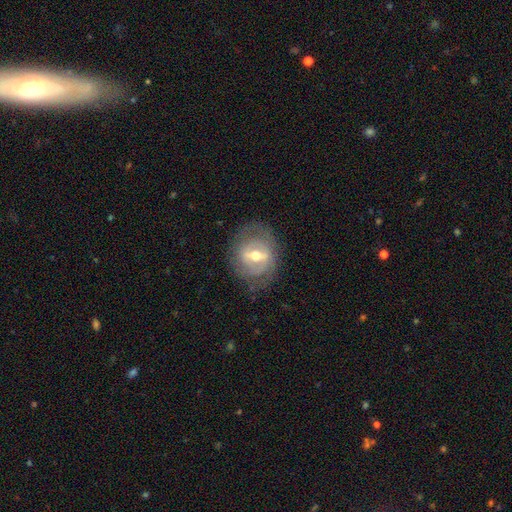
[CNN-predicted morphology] featured or disk 74%, smooth 19%, star or artifact 7%. Down the decision tree: edge-on disk — no (93%); bar — strong (50%); spiral arms — yes (56%); bulge size — moderate (70%); merging — none (73%).